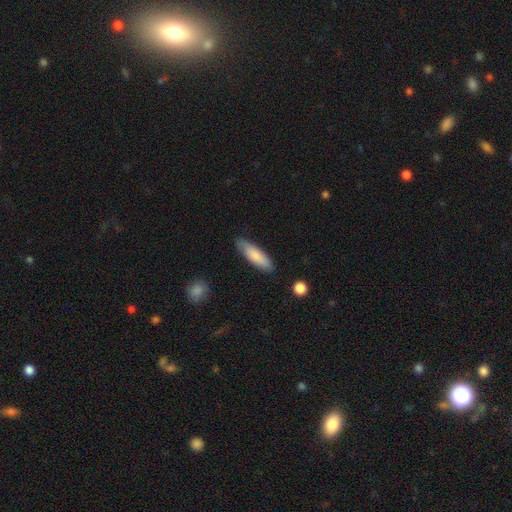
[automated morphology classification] This appears to be a smooth galaxy with no disk features (81%) that is cigar-shaped (60%). Merging: none (82%).